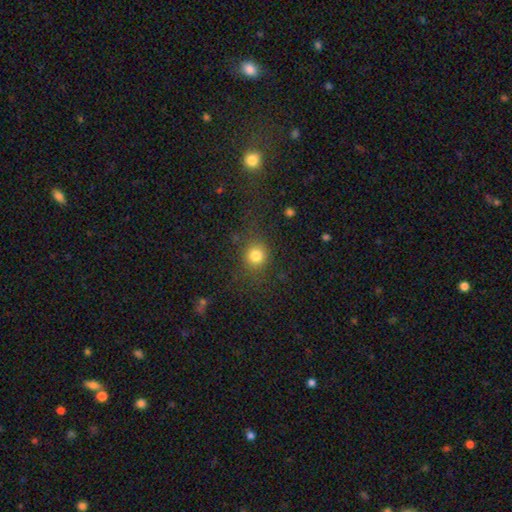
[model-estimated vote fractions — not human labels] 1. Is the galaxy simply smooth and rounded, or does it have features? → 79% smooth, 14% star or artifact, 7% featured or disk.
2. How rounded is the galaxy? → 87% round, 12% in between, 1% cigar-shaped.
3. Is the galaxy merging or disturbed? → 80% none, 11% minor disturbance, 7% major disturbance, 3% merger.